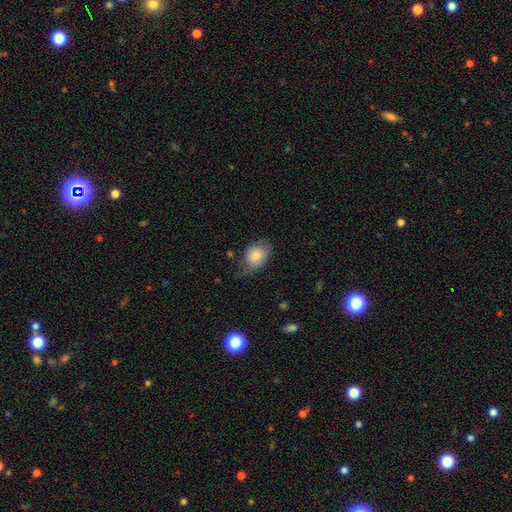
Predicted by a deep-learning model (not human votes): Overall: smooth (80%). How rounded: in between (73%). Merging: none (47%; minor disturbance 35%).